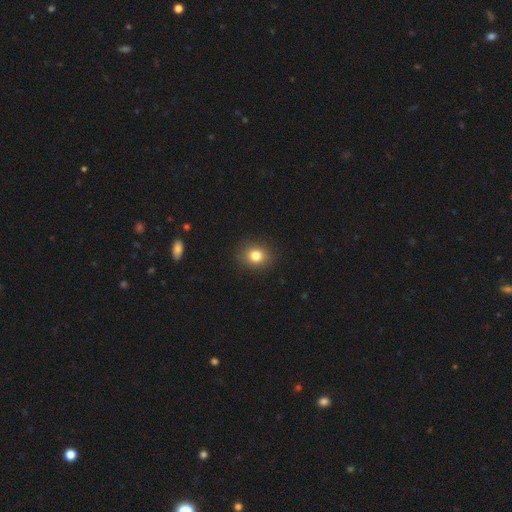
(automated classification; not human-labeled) Morphology: type=smooth (81%); roundness=round (70%); merging=none (90%).